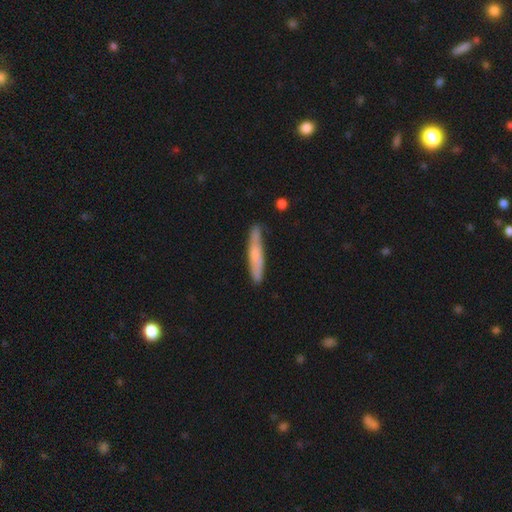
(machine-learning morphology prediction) smooth 60%, featured or disk 34%, star or artifact 6%. Down the decision tree: how rounded — cigar-shaped (93%); merging — none (81%).